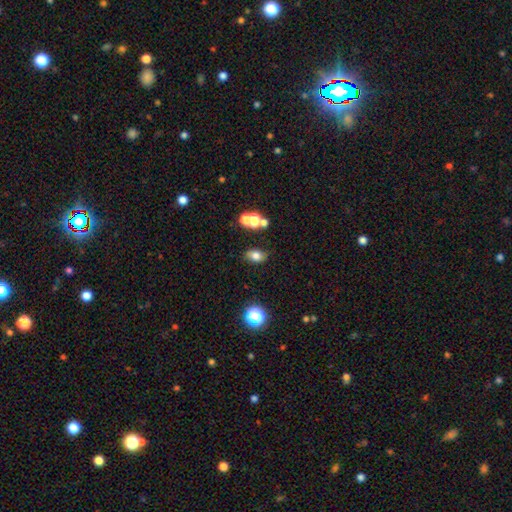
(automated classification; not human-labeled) Overall: smooth (74%). How rounded: in between (81%). Merging: none (77%).